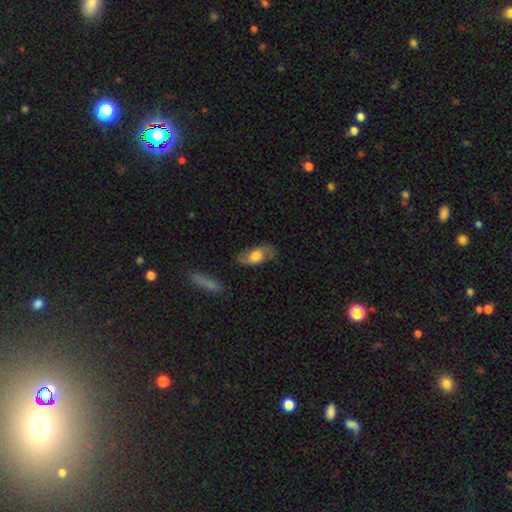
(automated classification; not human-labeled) Smooth or featured: smooth — 62% (featured or disk — 32%)
How rounded: in between — 89% (cigar-shaped — 7%)
Merging: none — 75% (minor disturbance — 18%)